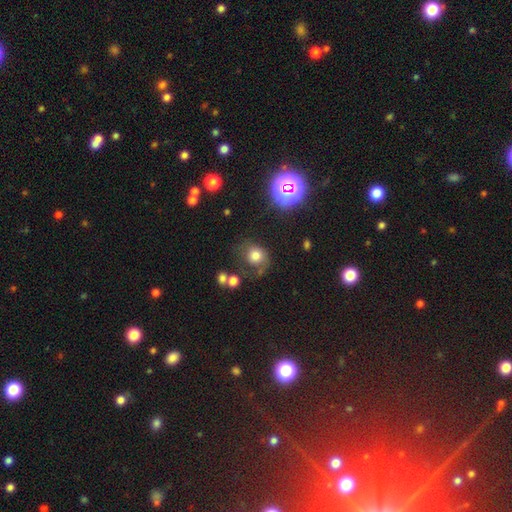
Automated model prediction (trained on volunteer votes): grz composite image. It shows a smooth galaxy with no disk features (69%) that is round (73%). Merging: none (50%).